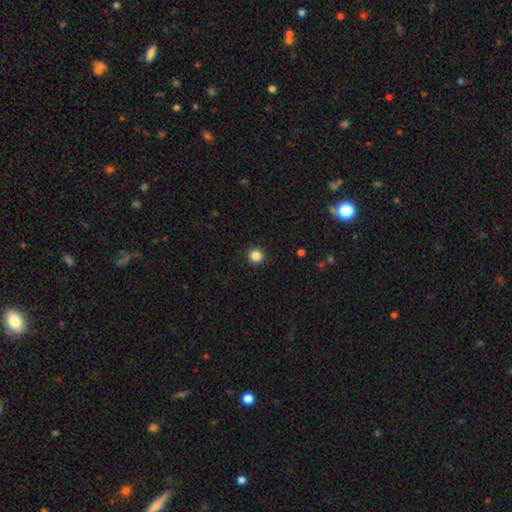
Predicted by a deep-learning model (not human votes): Q: Smooth or featured?
A: smooth (86%); runner-up: star or artifact (11%)
Q: How rounded?
A: round (96%); runner-up: in between (3%)
Q: Merging?
A: none (94%); runner-up: minor disturbance (4%)